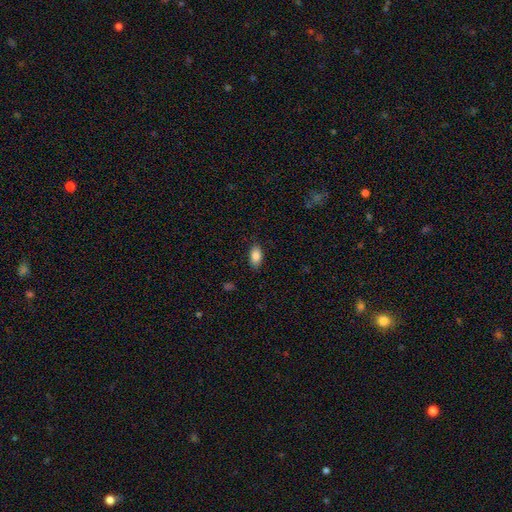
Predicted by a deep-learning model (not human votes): A smooth galaxy with no disk features (87%) that is in between round and cigar-shaped (92%).

Vote fractions:
- Smooth or featured? smooth: 87% / star or artifact: 7% / featured or disk: 6%
- How rounded? in between: 92% / round: 5% / cigar-shaped: 3%
- Merging? none: 85% / minor disturbance: 12% / major disturbance: 3% / merger: 1%